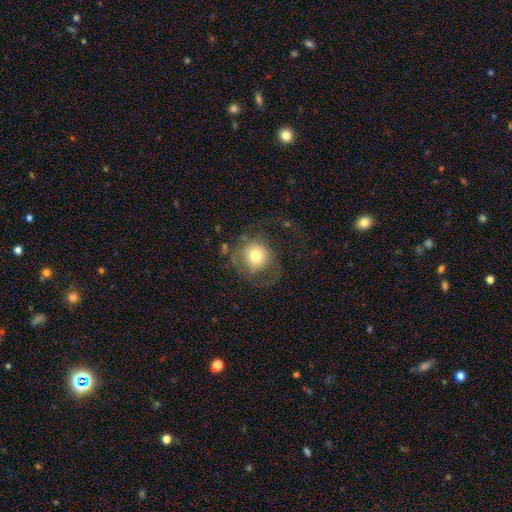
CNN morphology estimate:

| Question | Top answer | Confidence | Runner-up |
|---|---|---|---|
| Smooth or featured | smooth | 65% | featured or disk (25%) |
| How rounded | round | 87% | in between (12%) |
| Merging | none | 44% | major disturbance (34%) |